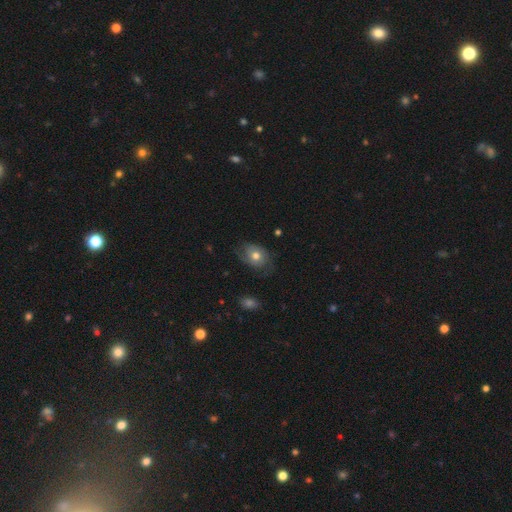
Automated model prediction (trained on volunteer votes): A smooth galaxy with no disk features (52%) that is in between round and cigar-shaped (64%).

Vote fractions:
- Smooth or featured? smooth: 52% / featured or disk: 39% / star or artifact: 9%
- How rounded? in between: 64% / round: 34% / cigar-shaped: 1%
- Merging? none: 61% / minor disturbance: 26% / major disturbance: 11% / merger: 1%